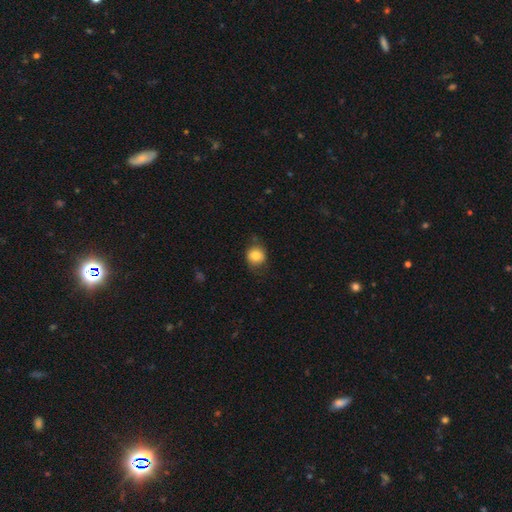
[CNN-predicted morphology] smooth_or_featured: smooth (p=0.82) [alt: star or artifact p=0.09]
how_rounded: round (p=0.85) [alt: in between p=0.14]
merging: none (p=0.73) [alt: minor disturbance p=0.19]